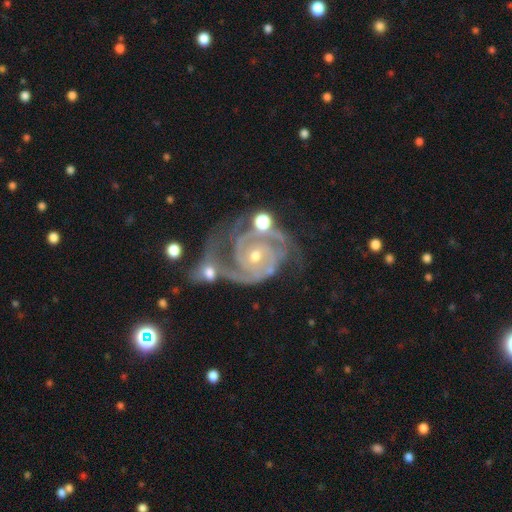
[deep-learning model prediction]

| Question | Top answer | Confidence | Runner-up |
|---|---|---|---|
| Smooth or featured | featured or disk | 92% | star or artifact (5%) |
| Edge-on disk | no | 98% | yes (2%) |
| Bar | no | 69% | weak (23%) |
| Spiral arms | yes | 98% | no (2%) |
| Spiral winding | tight | 66% | medium (29%) |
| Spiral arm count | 2 | 58% | 3 (21%) |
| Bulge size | small | 55% | moderate (42%) |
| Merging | none | 40% | merger (24%) |